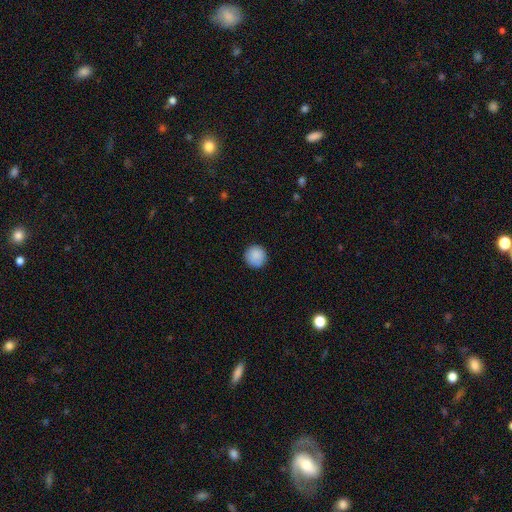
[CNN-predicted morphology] smooth_or_featured: smooth (p=0.88) [alt: star or artifact p=0.08]
how_rounded: round (p=0.95) [alt: in between p=0.04]
merging: none (p=0.89) [alt: minor disturbance p=0.08]